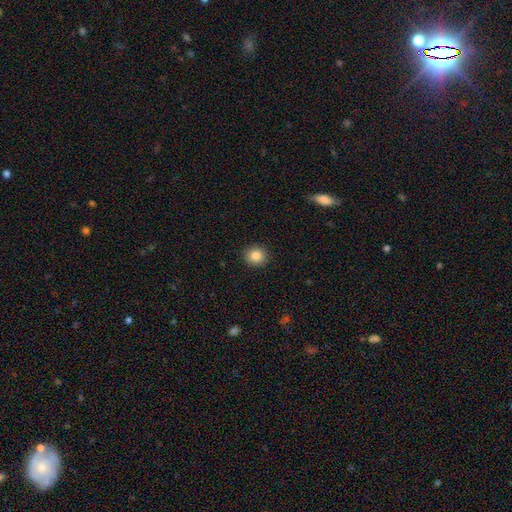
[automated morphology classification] Smooth or featured? smooth (86%)
How rounded? round (86%)
Merging? none (91%)